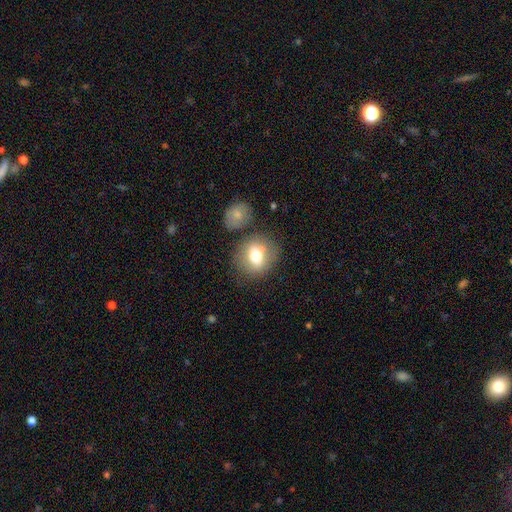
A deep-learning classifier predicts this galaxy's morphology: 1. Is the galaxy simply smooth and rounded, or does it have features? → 69% smooth, 22% featured or disk, 9% star or artifact.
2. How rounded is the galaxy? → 70% round, 28% in between, 1% cigar-shaped.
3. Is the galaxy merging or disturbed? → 67% none, 14% minor disturbance, 14% merger, 5% major disturbance.